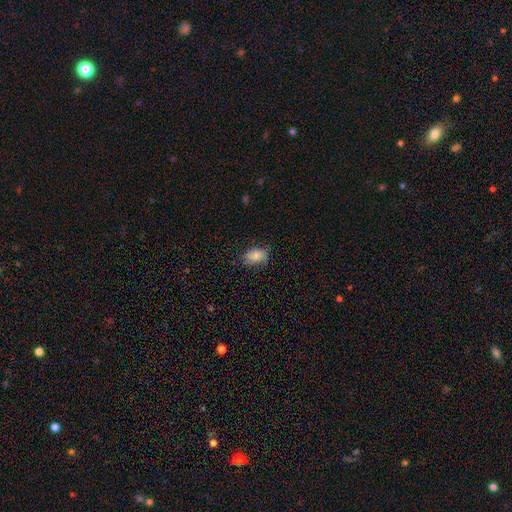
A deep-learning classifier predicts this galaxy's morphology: Q: Smooth or featured?
A: smooth (84%); runner-up: featured or disk (8%)
Q: How rounded?
A: in between (86%); runner-up: round (12%)
Q: Merging?
A: none (75%); runner-up: minor disturbance (20%)